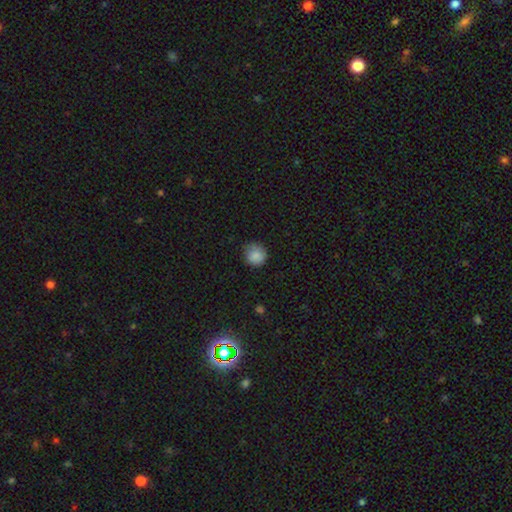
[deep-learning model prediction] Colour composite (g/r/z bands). It shows a smooth galaxy with no disk features (86%) that is round (91%). Merging: none (74%).